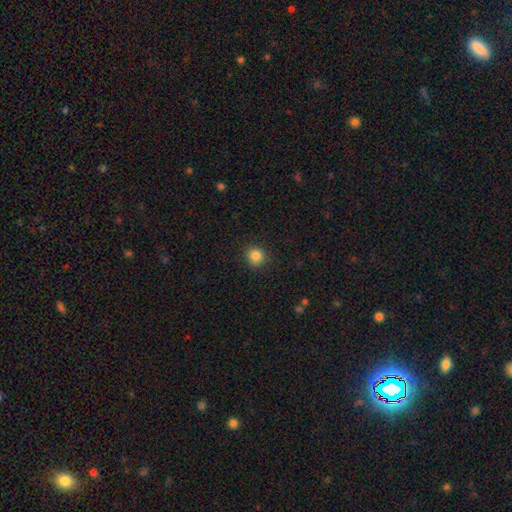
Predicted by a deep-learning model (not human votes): Morphology: type=smooth (85%); roundness=round (91%); merging=none (90%).